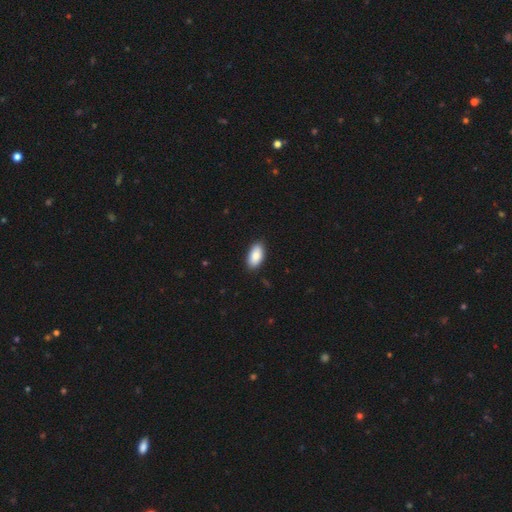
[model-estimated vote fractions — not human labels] Q: Smooth or featured?
A: smooth (88%); runner-up: star or artifact (6%)
Q: How rounded?
A: in between (94%); runner-up: cigar-shaped (4%)
Q: Merging?
A: none (89%); runner-up: minor disturbance (9%)